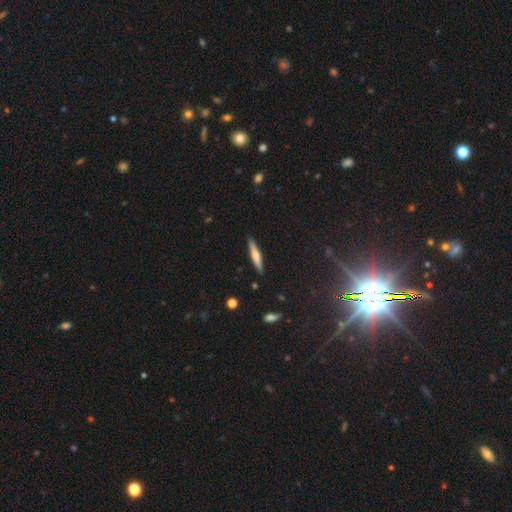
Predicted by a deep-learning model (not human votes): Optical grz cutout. It shows a featured or disk galaxy (48%). Merging: none (90%).